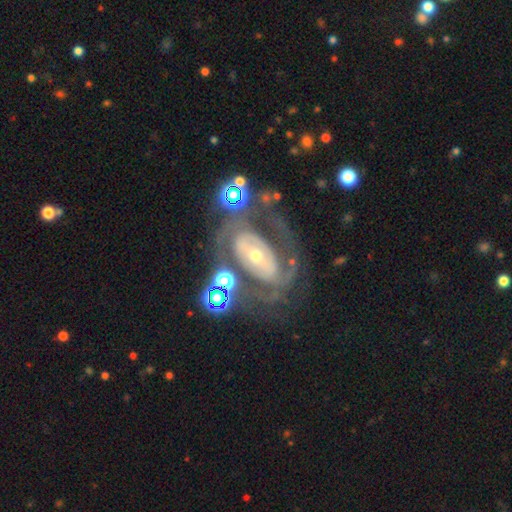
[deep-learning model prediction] The model was most divided on "bar": no: 38%, strong: 33%, weak: 29%. Remaining: edge-on disk — no (95%); smooth or featured — featured or disk (82%); spiral arms — yes (75%); bulge size — small (57%); merging — none (55%); spiral winding — tight (52%); spiral arm count — 2 (49%).